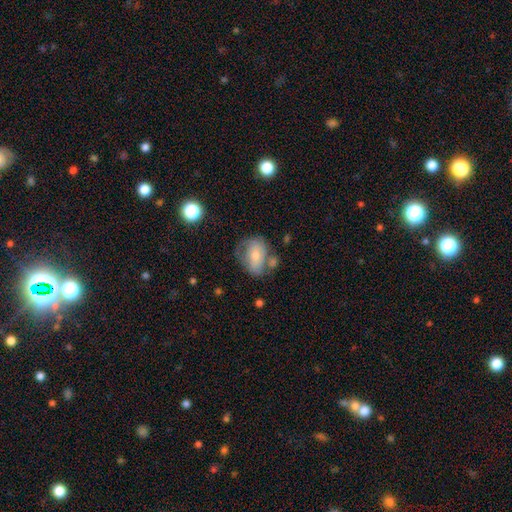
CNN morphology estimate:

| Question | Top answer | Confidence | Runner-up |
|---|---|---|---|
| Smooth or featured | smooth | 50% | featured or disk (42%) |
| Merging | none | 44% | minor disturbance (26%) |